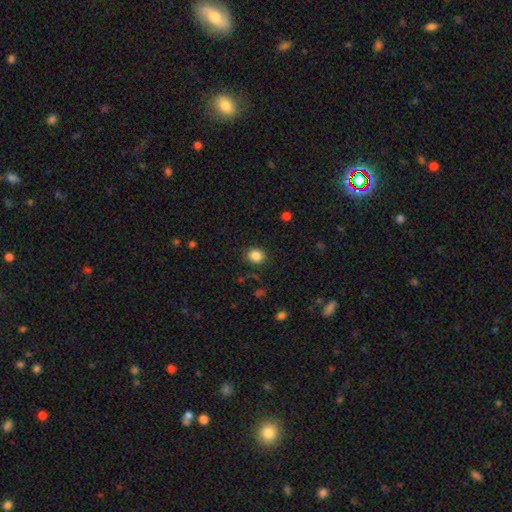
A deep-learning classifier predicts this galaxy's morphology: A smooth galaxy with no disk features (85%) that is round (69%).

Vote fractions:
- Smooth or featured? smooth: 85% / star or artifact: 10% / featured or disk: 4%
- How rounded? round: 69% / in between: 30% / cigar-shaped: 1%
- Merging? none: 88% / minor disturbance: 8% / major disturbance: 3% / merger: 1%